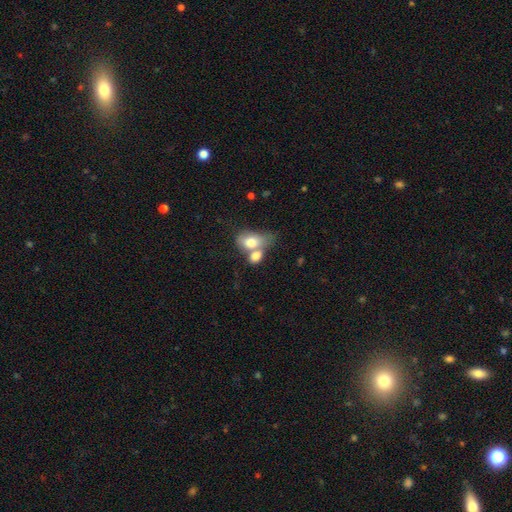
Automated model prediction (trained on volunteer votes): Overall: smooth (75%). How rounded: in between (80%). Merging: merger (66%).